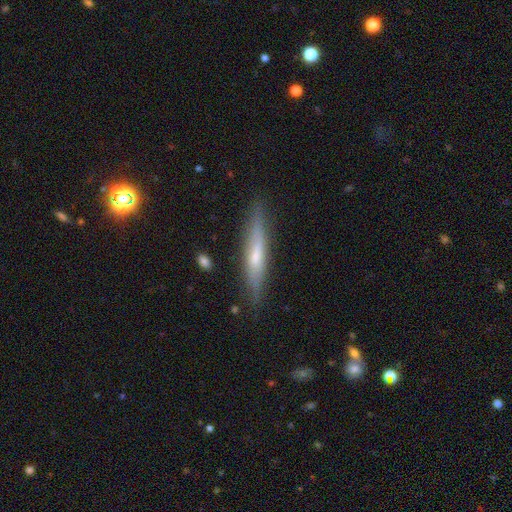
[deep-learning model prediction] Smooth or featured?
  - featured or disk: 49% *
  - smooth: 44%
  - star or artifact: 7%
Merging?
  - none: 83% *
  - minor disturbance: 12%
  - major disturbance: 3%
  - merger: 2%